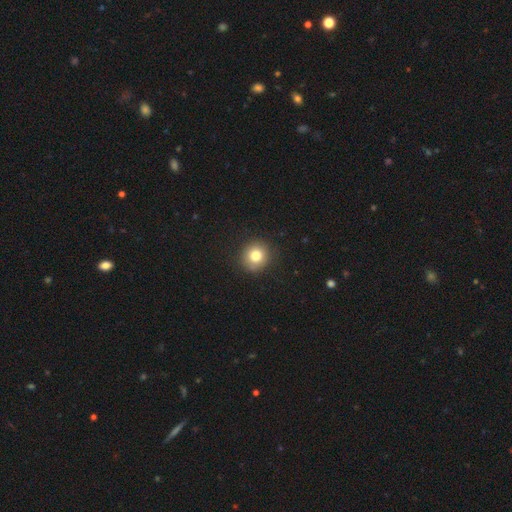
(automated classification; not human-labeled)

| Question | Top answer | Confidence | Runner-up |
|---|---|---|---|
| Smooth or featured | smooth | 80% | star or artifact (11%) |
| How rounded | round | 90% | in between (9%) |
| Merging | none | 90% | minor disturbance (7%) |